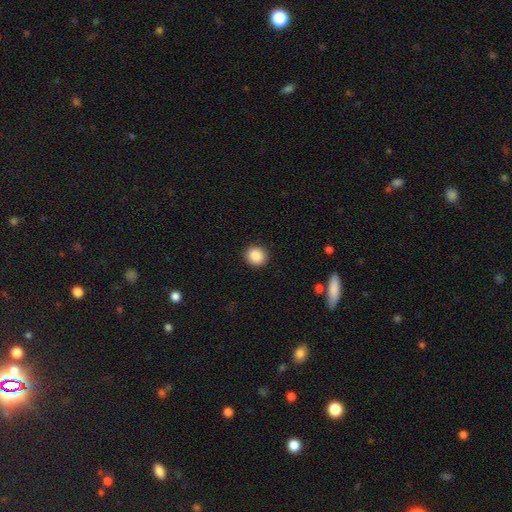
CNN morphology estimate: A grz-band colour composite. It shows a smooth galaxy with no disk features (88%) that is round (85%). Merging: none (91%).